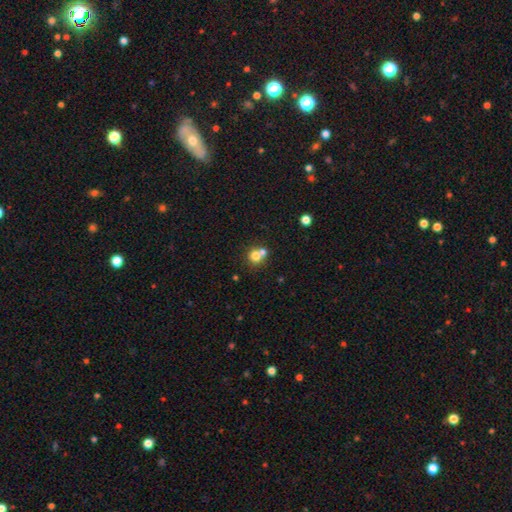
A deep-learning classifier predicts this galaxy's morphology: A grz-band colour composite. It shows a smooth galaxy with no disk features (74%) that is round (83%). Merging: merger (49%).